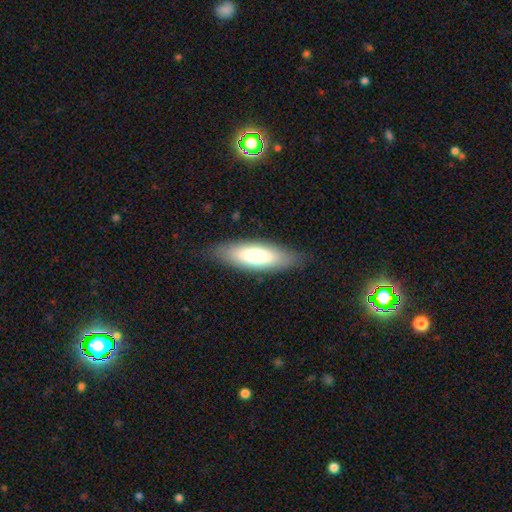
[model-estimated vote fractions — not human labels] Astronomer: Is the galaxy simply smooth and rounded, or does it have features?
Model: smooth — 72%.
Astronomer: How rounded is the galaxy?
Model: in between — 59% (runner-up: cigar-shaped, 39%).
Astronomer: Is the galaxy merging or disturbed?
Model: none — 83%.